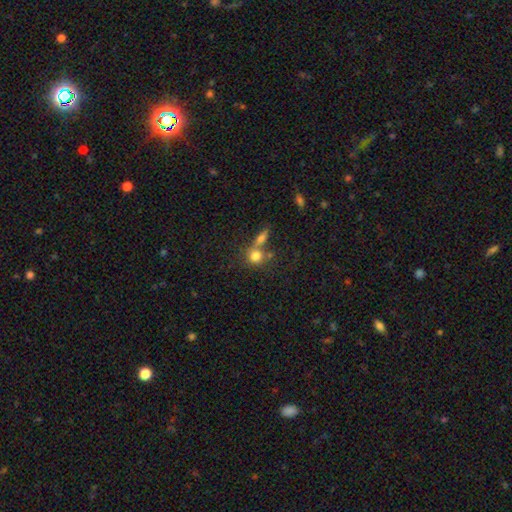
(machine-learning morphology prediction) Smooth or featured?
  - smooth: 77% *
  - featured or disk: 11%
  - star or artifact: 11%
How rounded?
  - round: 78% *
  - in between: 20%
  - cigar-shaped: 2%
Merging?
  - none: 45% *
  - merger: 40%
  - minor disturbance: 10%
  - major disturbance: 5%